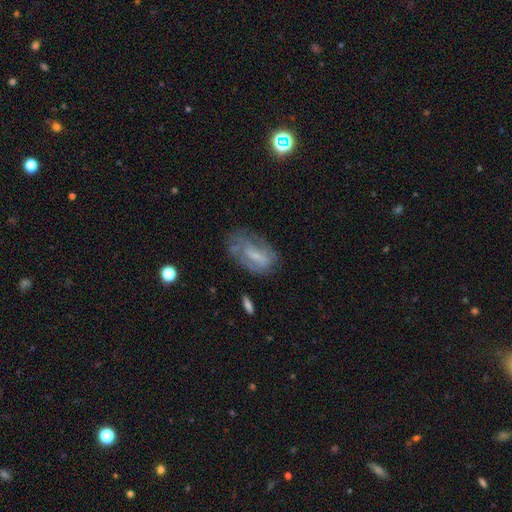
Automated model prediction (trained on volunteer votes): Q: Smooth or featured?
A: featured or disk (48%); runner-up: smooth (42%)
Q: Merging?
A: none (51%); runner-up: minor disturbance (28%)